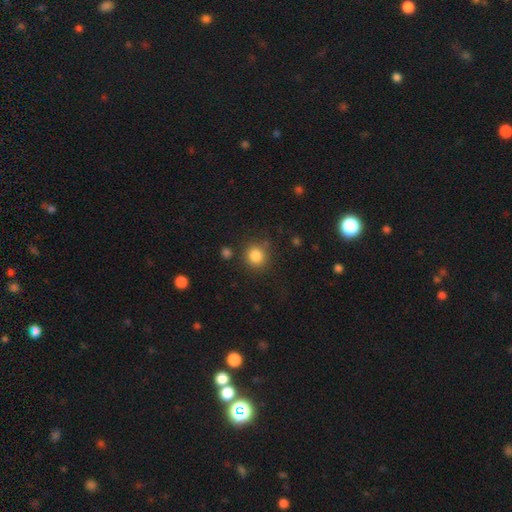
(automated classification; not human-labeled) Morphology: type=smooth (84%); roundness=round (90%); merging=none (81%).